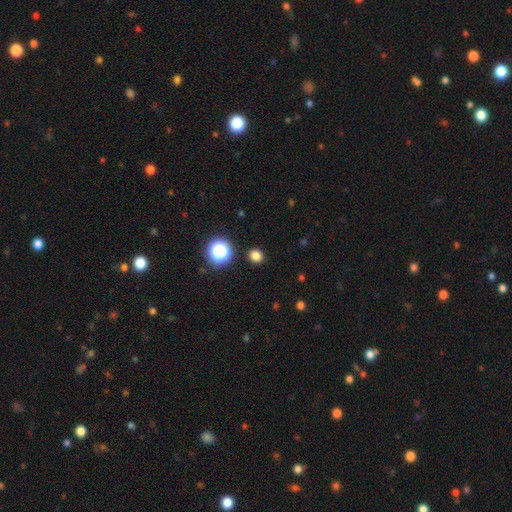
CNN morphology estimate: A smooth galaxy with no disk features (80%) that is round (79%).

Vote fractions:
- Smooth or featured? smooth: 80% / star or artifact: 17% / featured or disk: 4%
- How rounded? round: 79% / in between: 20% / cigar-shaped: 1%
- Merging? none: 91% / minor disturbance: 6% / major disturbance: 2% / merger: 1%